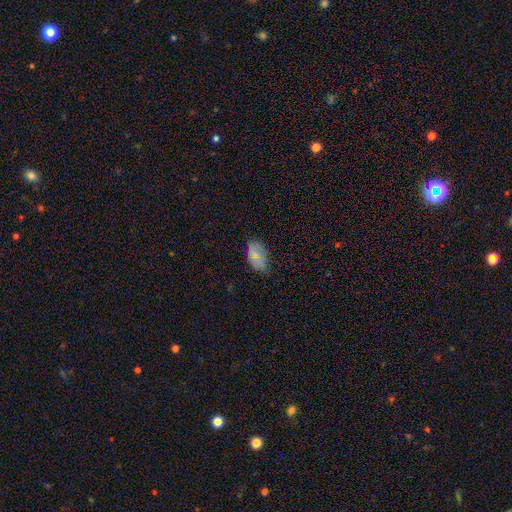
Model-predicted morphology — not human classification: Smooth or featured: smooth — 75% (featured or disk — 14%)
How rounded: in between — 93% (round — 6%)
Merging: none — 68% (minor disturbance — 26%)